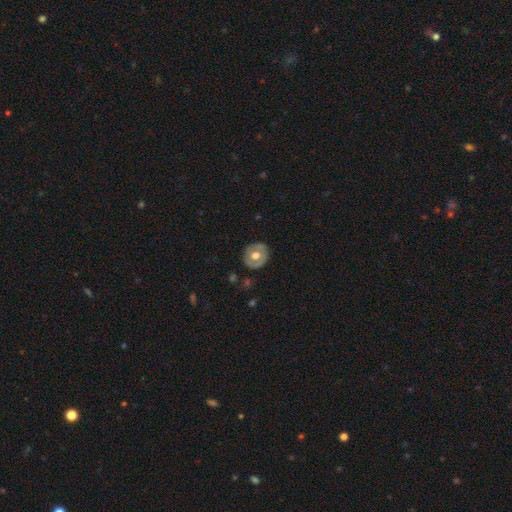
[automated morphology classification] This is possibly a smooth galaxy (47%, tied with featured or disk). Merging: clearly none (83%).